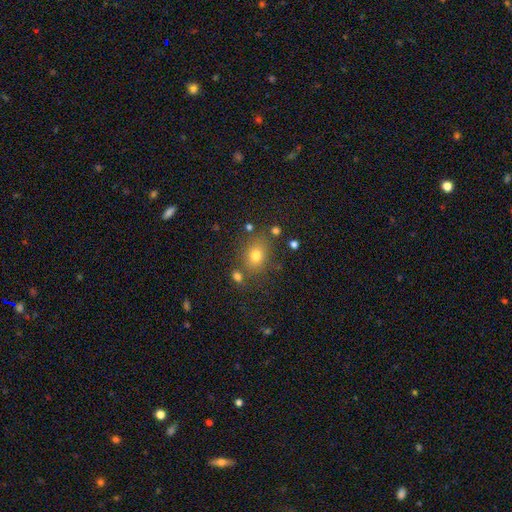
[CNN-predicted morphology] Smooth or featured: smooth — 74% (star or artifact — 15%)
How rounded: in between — 50% (round — 49%)
Merging: none — 73% (minor disturbance — 13%)